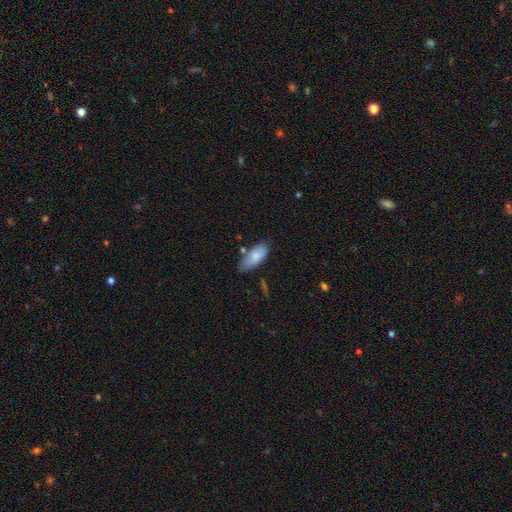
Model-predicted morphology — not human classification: smooth 80%, featured or disk 14%, star or artifact 6%. Down the decision tree: how rounded — in between (88%); merging — none (63%).